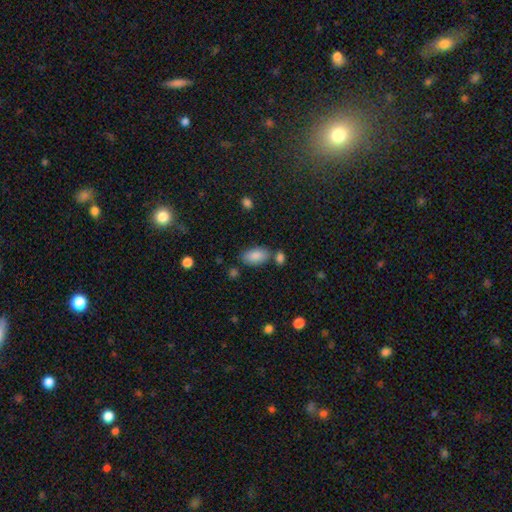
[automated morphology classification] smooth-or-featured: smooth: 87% | star or artifact: 7% | featured or disk: 6%
  how-rounded: in between: 94% | round: 3% | cigar-shaped: 2%
  merging: none: 71% | minor disturbance: 14% | merger: 11% | major disturbance: 4%